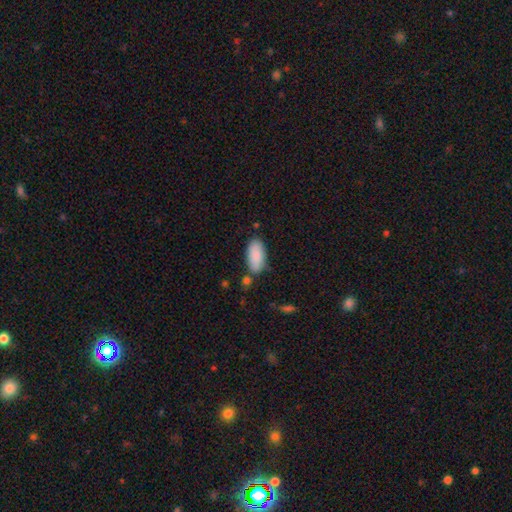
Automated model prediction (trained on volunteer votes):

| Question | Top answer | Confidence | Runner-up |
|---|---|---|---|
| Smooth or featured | smooth | 89% | star or artifact (6%) |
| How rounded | in between | 90% | cigar-shaped (9%) |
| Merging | none | 75% | minor disturbance (16%) |